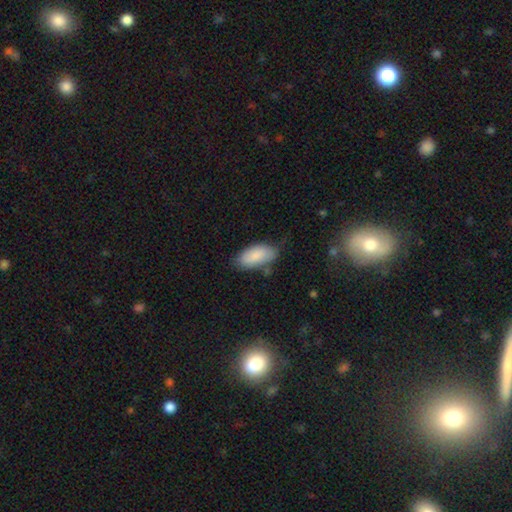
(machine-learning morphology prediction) smooth 86%, featured or disk 8%, star or artifact 6%. Down the decision tree: how rounded — in between (92%); merging — none (63%).